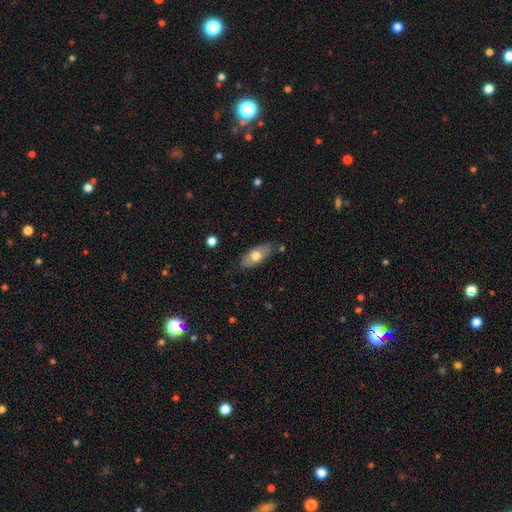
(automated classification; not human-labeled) A smooth galaxy with no disk features (65%) that is in between round and cigar-shaped (87%). Merging: none (79%).